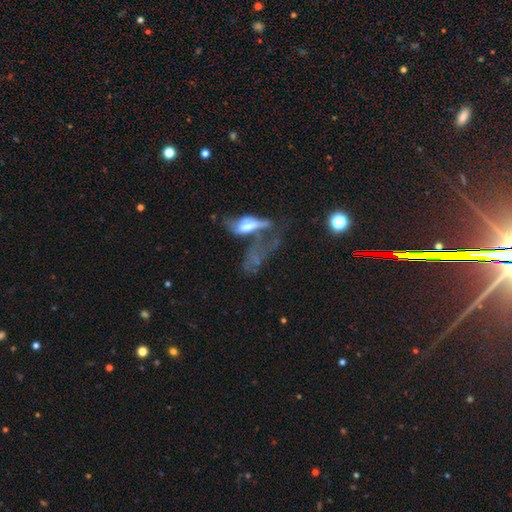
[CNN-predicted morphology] Smooth or featured?
  - featured or disk: 48% *
  - smooth: 32%
  - star or artifact: 20%
Merging?
  - major disturbance: 40% *
  - merger: 31%
  - none: 18%
  - minor disturbance: 12%